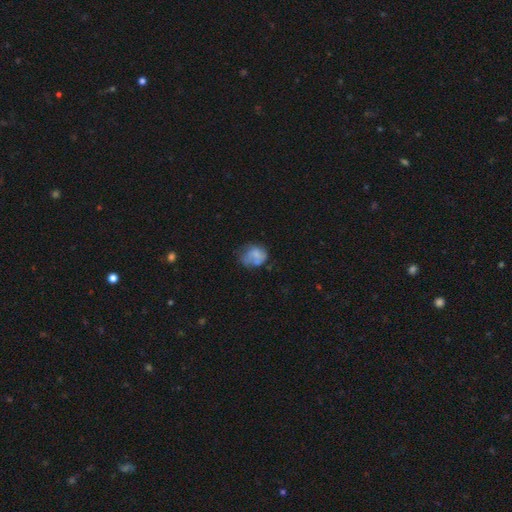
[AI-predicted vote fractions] Smooth or featured? Predicted: smooth (p=0.61). How rounded? Predicted: round (p=0.52). Merging? Predicted: none (p=0.40).